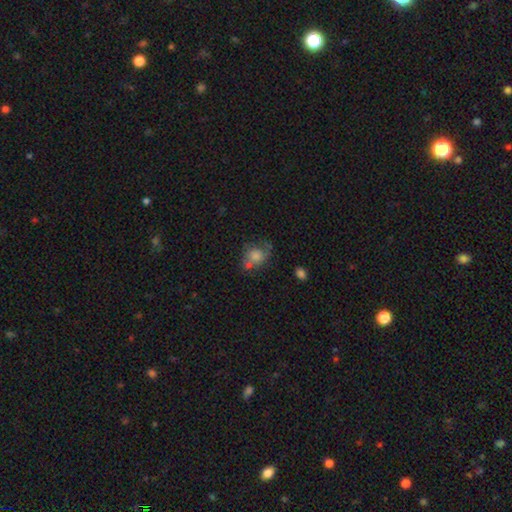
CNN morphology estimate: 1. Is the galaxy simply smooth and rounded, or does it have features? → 55% smooth, 34% featured or disk, 12% star or artifact.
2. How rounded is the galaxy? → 58% round, 41% in between, 1% cigar-shaped.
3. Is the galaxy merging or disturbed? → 42% none, 24% minor disturbance, 17% major disturbance, 17% merger.